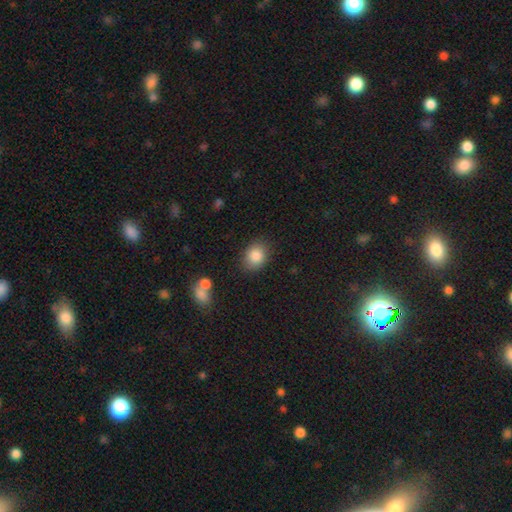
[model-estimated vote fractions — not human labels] This is clearly a smooth galaxy (85%). How rounded: likely in between (62%). Merging: clearly none (81%).